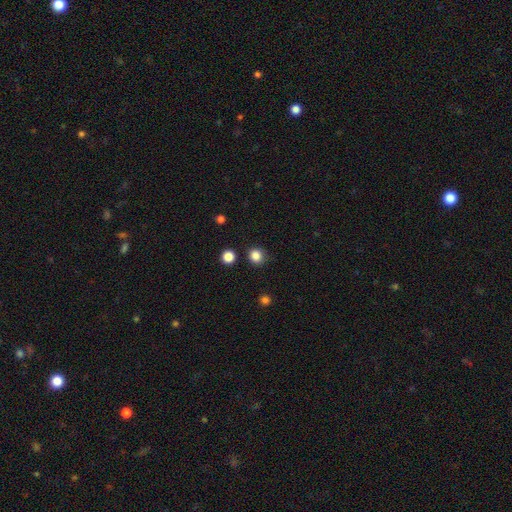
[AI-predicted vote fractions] Smooth or featured?
  - smooth: 84% *
  - star or artifact: 13%
  - featured or disk: 3%
How rounded?
  - round: 90% *
  - in between: 9%
  - cigar-shaped: 1%
Merging?
  - none: 86% *
  - minor disturbance: 9%
  - merger: 3%
  - major disturbance: 3%